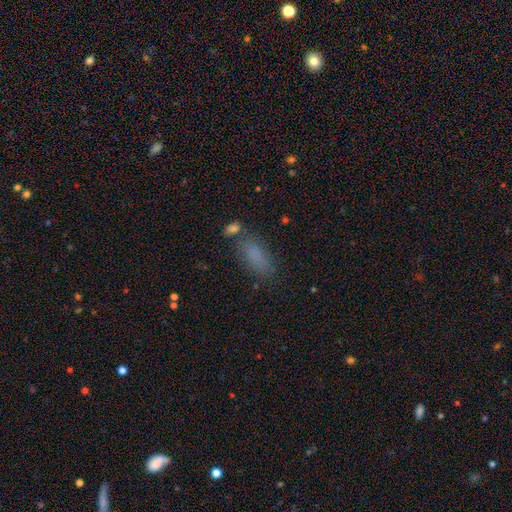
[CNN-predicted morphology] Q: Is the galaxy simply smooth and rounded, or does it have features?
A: smooth — 80%.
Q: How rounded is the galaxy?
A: in between — 77%.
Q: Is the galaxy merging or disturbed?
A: none — 69%.